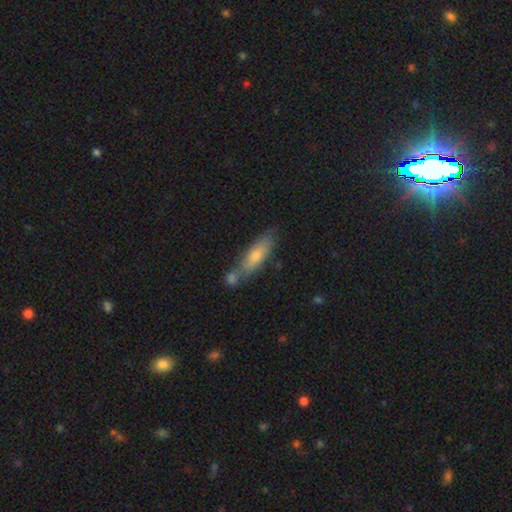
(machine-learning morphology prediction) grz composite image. It shows a smooth galaxy with no disk features (67%) that is cigar-shaped (62%). Merging: none (57%).